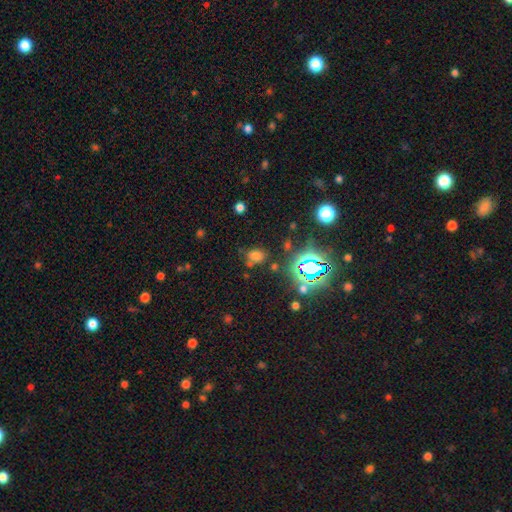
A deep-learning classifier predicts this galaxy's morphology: type=smooth (60%); roundness=in between (61%); merging=none (70%).